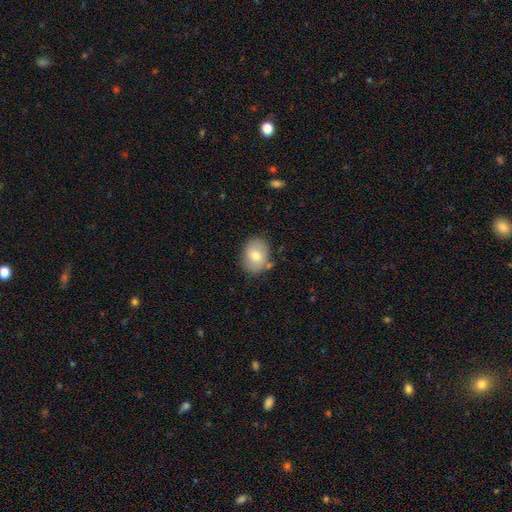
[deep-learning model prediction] smooth-or-featured: smooth: 75% | featured or disk: 17% | star or artifact: 8%
  how-rounded: round: 50% | in between: 49% | cigar-shaped: 1%
  merging: none: 80% | minor disturbance: 14% | merger: 3% | major disturbance: 3%